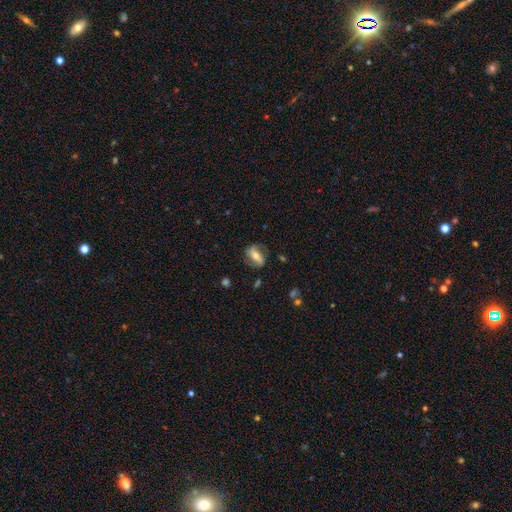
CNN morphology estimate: Smooth or featured? featured or disk (62%)
Edge-on disk? no (90%)
Bar? strong (52%)
Spiral arms? yes (78%)
Bulge size? moderate (59%)
Merging? none (73%)